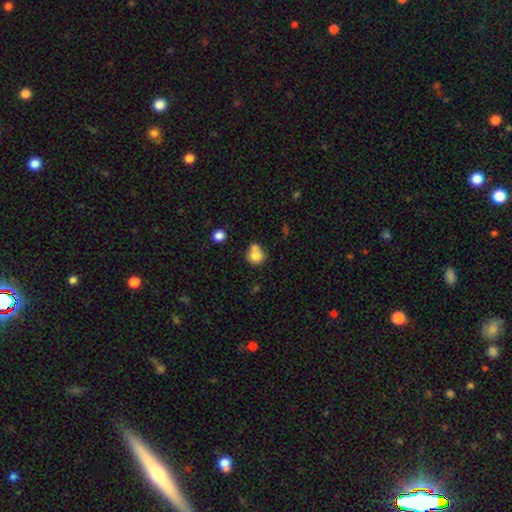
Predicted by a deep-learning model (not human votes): Smooth or featured? smooth (78%)
How rounded? round (82%)
Merging? none (47%)